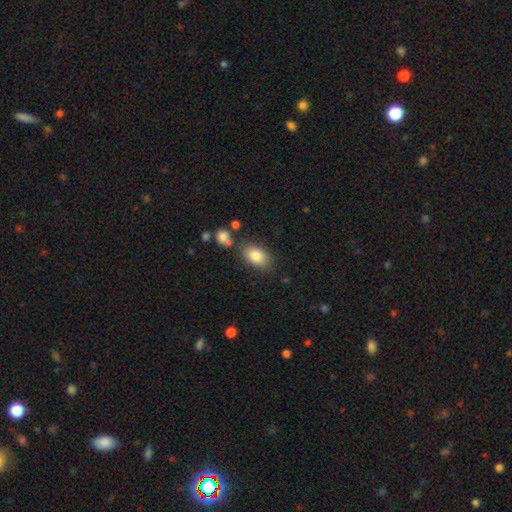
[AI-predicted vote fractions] Smooth or featured: smooth — 85% (star or artifact — 8%)
How rounded: in between — 89% (round — 10%)
Merging: none — 76% (minor disturbance — 14%)